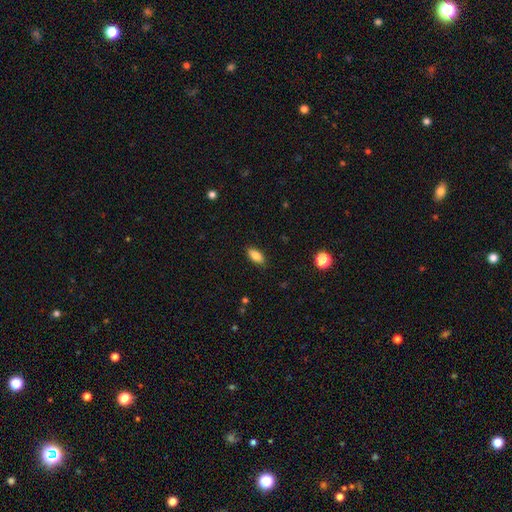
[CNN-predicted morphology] smooth 83%, featured or disk 10%, star or artifact 8%. Down the decision tree: how rounded — in between (85%); merging — none (88%).